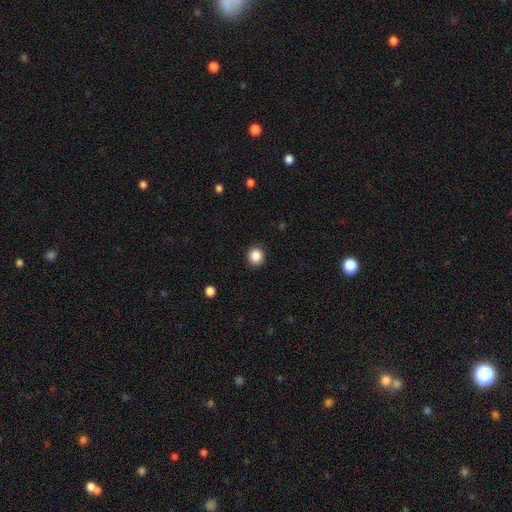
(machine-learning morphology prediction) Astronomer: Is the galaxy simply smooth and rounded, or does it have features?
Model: smooth — 87%.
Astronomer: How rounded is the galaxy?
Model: round — 87%.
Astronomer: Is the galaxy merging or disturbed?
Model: none — 91%.